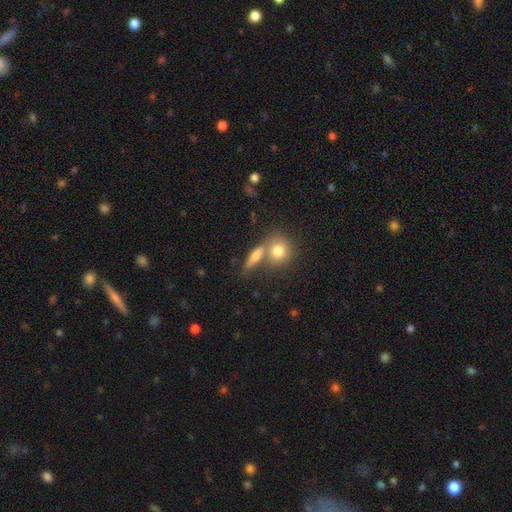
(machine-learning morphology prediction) type=smooth (70%); roundness=cigar-shaped (37%, tied with in between); merging=none (51%).